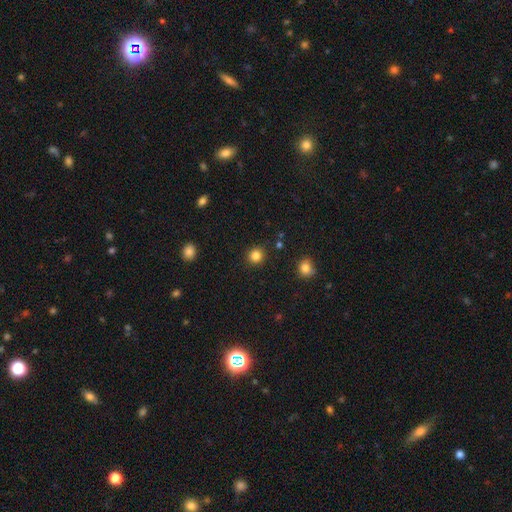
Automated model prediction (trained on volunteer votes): Morphology: type=smooth (85%); roundness=round (91%); merging=none (91%).